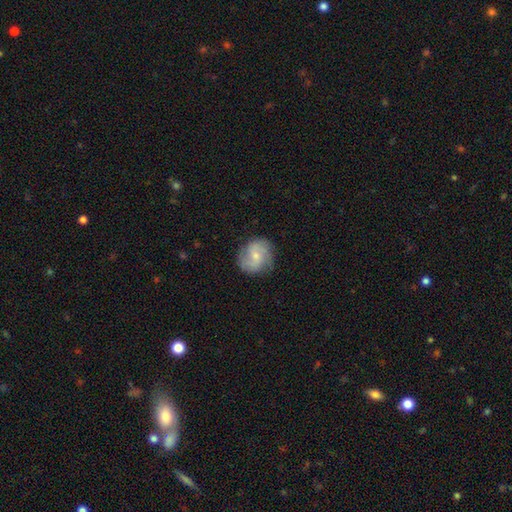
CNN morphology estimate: Smooth or featured?
  - featured or disk: 65% *
  - smooth: 28%
  - star or artifact: 7%
Edge-on disk?
  - no: 98% *
  - yes: 2%
Bar?
  - no: 58% *
  - weak: 36%
  - strong: 6%
Spiral arms?
  - yes: 92% *
  - no: 8%
Spiral winding?
  - medium: 46% *
  - tight: 32%
  - loose: 22%
Spiral arm count?
  - 2: 52% *
  - can't tell: 18%
  - 3: 18%
  - 4: 5%
  - 1: 4%
  - more than 4: 3%
Bulge size?
  - small: 61% *
  - moderate: 33%
  - none: 3%
  - large: 2%
  - dominant: 1%
Merging?
  - none: 77% *
  - minor disturbance: 16%
  - major disturbance: 5%
  - merger: 1%